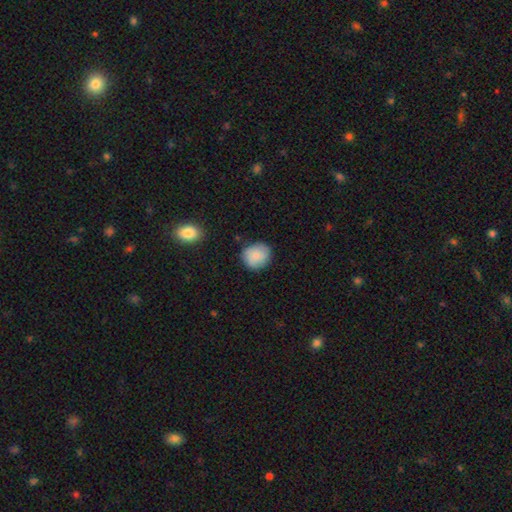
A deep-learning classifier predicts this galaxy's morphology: The model was most divided on "how rounded": round: 82%, in between: 17%, cigar-shaped: 1%. More confident: smooth or featured — smooth (83%); merging — none (81%).